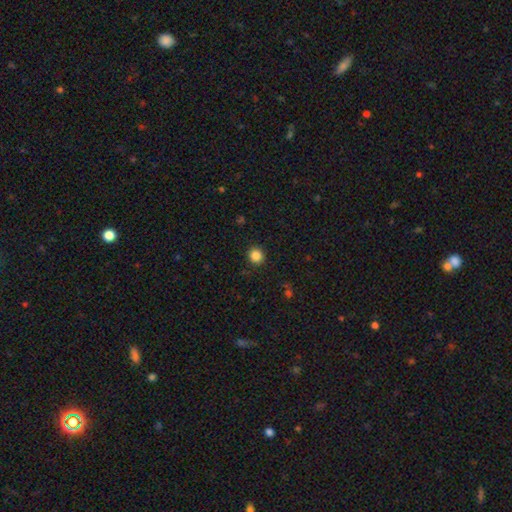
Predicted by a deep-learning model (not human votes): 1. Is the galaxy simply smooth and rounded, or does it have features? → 86% smooth, 11% star or artifact, 3% featured or disk.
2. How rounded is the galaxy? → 89% round, 10% in between, 1% cigar-shaped.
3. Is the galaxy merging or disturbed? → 90% none, 6% minor disturbance, 2% major disturbance, 1% merger.